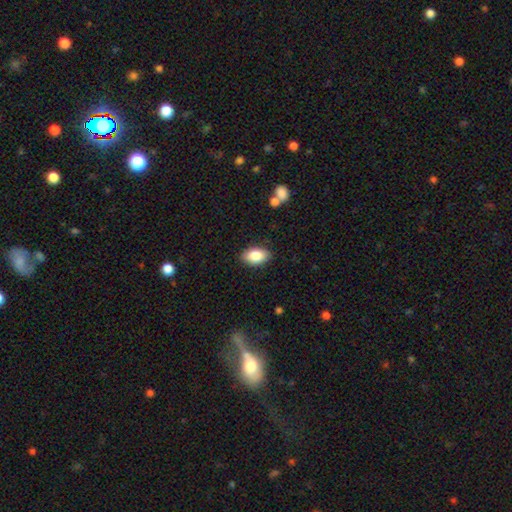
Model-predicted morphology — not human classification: A smooth galaxy with no disk features (84%) that is in between round and cigar-shaped (92%). Merging: none (87%).